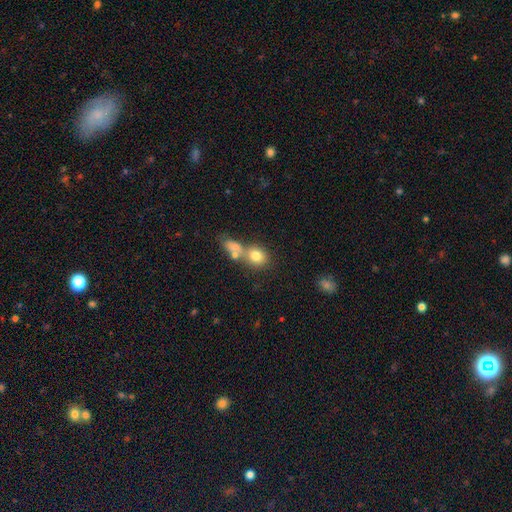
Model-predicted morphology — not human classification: Smooth or featured: smooth — 78% (featured or disk — 12%)
How rounded: round — 62% (in between — 36%)
Merging: none — 43% (merger — 41%)